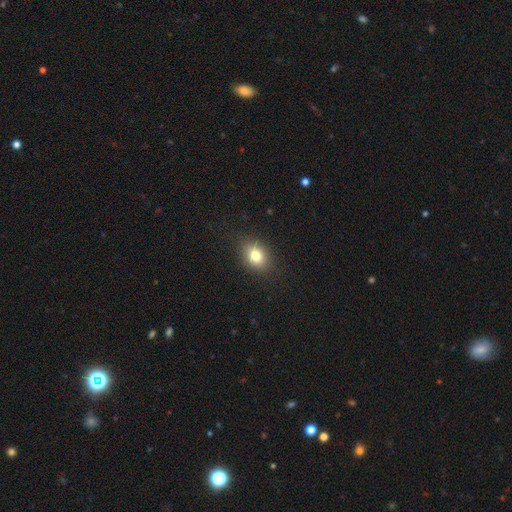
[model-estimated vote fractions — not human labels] Morphology: type=smooth (80%); roundness=in between (61%); merging=none (87%).